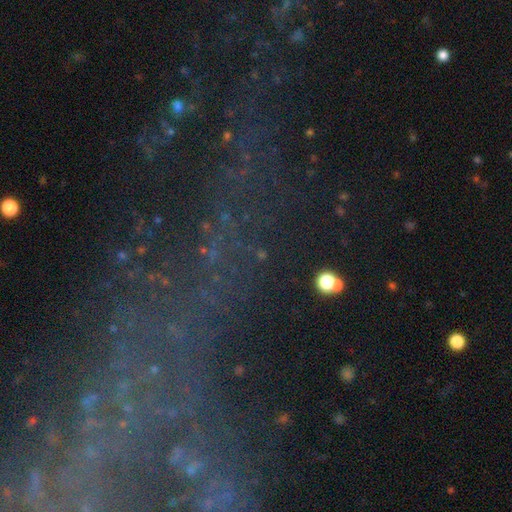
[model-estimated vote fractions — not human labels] smooth-or-featured: star or artifact: 56% | featured or disk: 26% | smooth: 18%